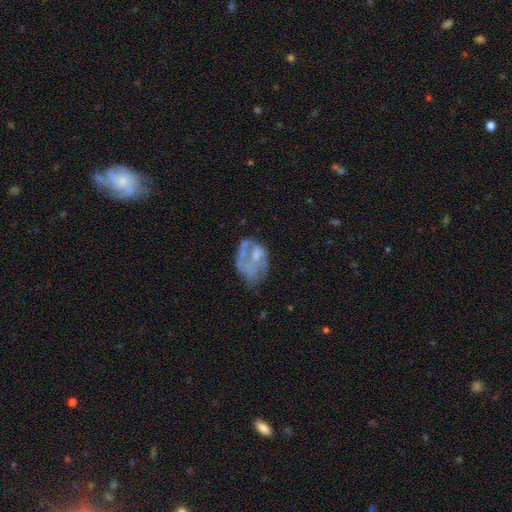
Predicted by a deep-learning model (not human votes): A featured or disk galaxy (62%) with no bar (73%), no spiral arms (61%) and no central bulge (38%). Merging: none (39%).